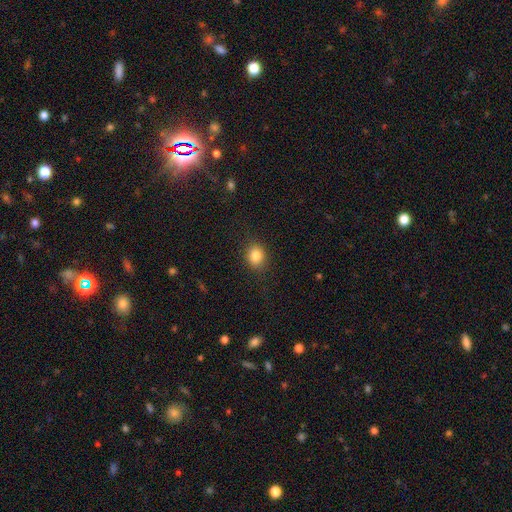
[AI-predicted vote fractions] The model was most divided on "how rounded": round: 56%, in between: 43%, cigar-shaped: 1%. More confident: merging — none (87%); smooth or featured — smooth (84%).